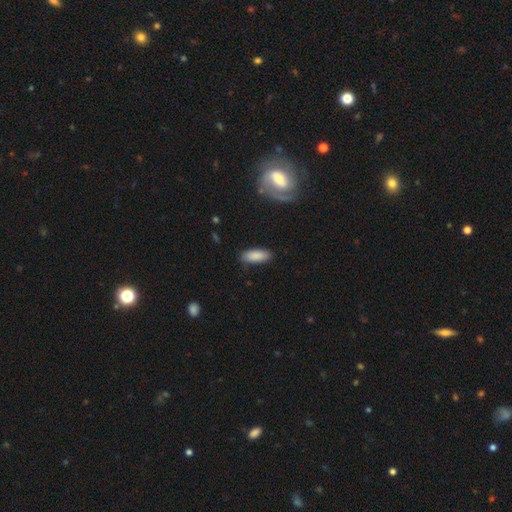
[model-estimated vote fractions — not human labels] smooth_or_featured: smooth (p=0.86) [alt: featured or disk p=0.08]
how_rounded: in between (p=0.77) [alt: cigar-shaped p=0.21]
merging: none (p=0.85) [alt: minor disturbance p=0.11]